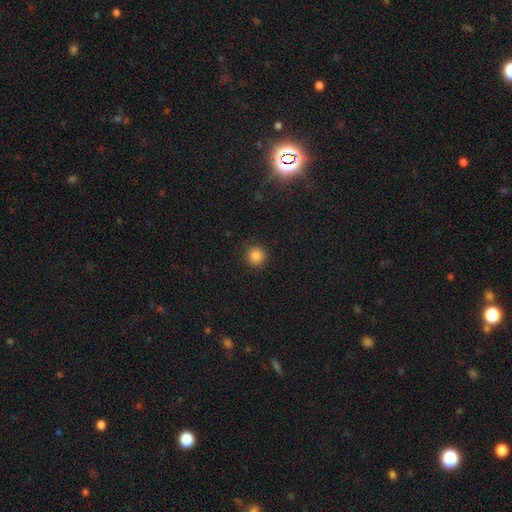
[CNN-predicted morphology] type=smooth (85%); roundness=round (94%); merging=none (90%).